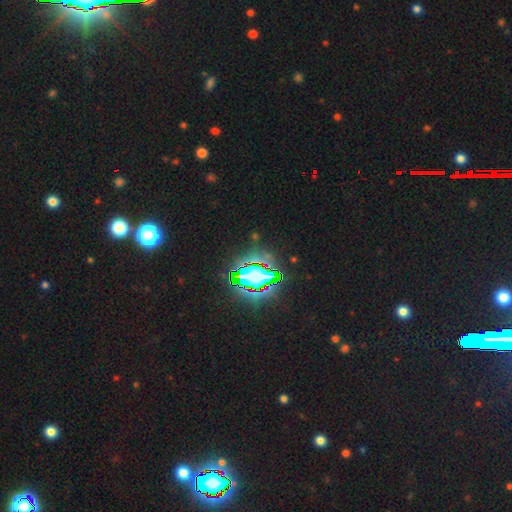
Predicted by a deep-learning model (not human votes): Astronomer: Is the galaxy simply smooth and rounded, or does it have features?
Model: star or artifact — 75%.